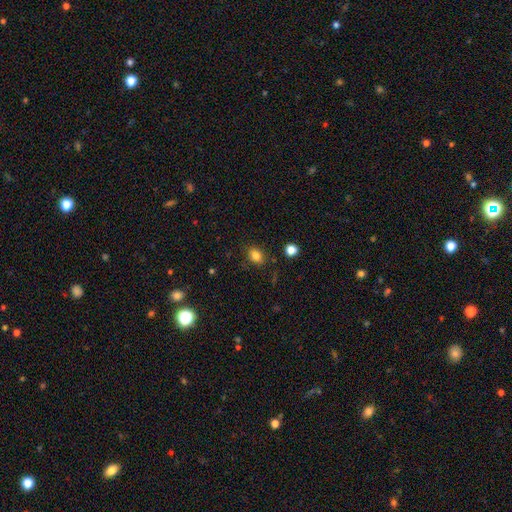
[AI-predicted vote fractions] smooth_or_featured: smooth (p=0.83) [alt: star or artifact p=0.11]
how_rounded: in between (p=0.68) [alt: round p=0.31]
merging: none (p=0.83) [alt: minor disturbance p=0.12]